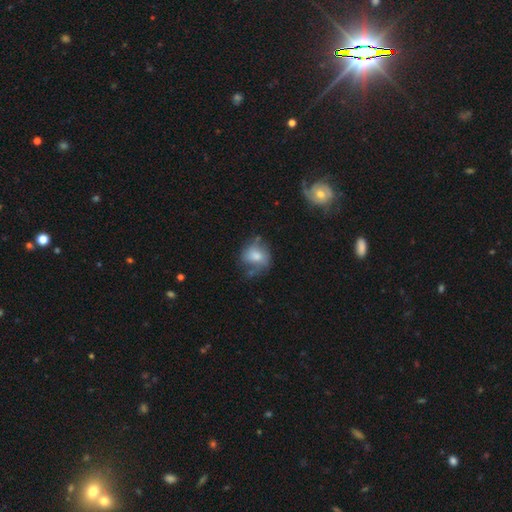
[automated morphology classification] A smooth galaxy with no disk features (64%) that is round (60%). Merging: none (46%).